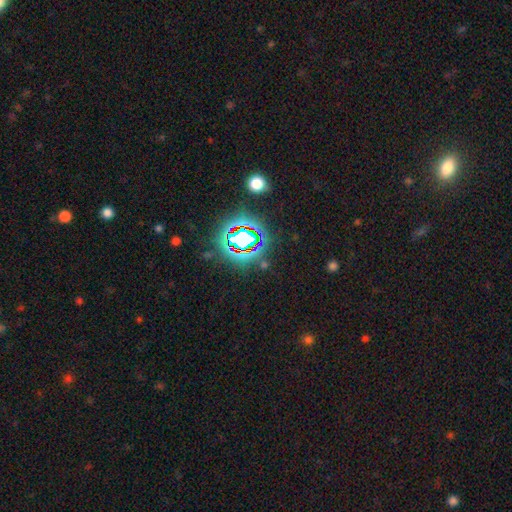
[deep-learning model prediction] A star or artifact, not a galaxy (82%).

Vote fractions:
- Smooth or featured? star or artifact: 82% / smooth: 11% / featured or disk: 8%